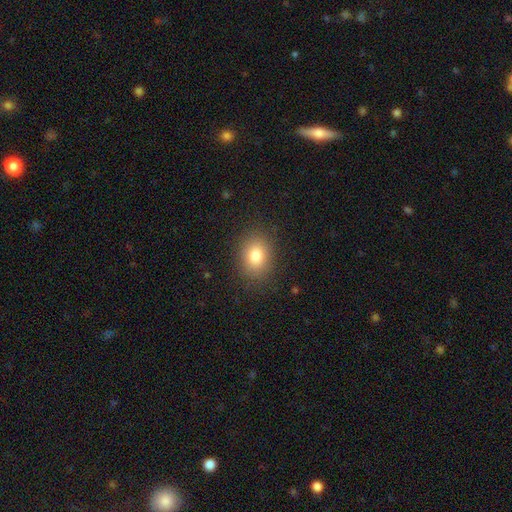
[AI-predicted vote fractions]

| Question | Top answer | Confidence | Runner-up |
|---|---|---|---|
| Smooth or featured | smooth | 81% | star or artifact (11%) |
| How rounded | in between | 60% | round (39%) |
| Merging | none | 86% | minor disturbance (9%) |